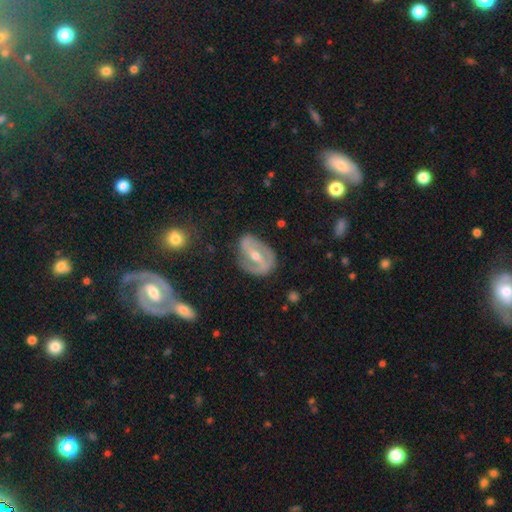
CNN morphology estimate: A featured or disk galaxy (82%) with a strong bar (57%), 2 (85%) medium (44%) spiral arms (83%) and a moderate central bulge (60%). Merging: none (73%).